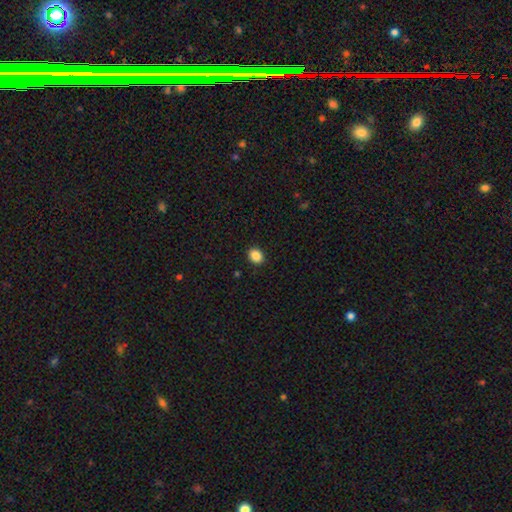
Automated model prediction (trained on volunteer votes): A smooth galaxy with no disk features (87%) that is in between round and cigar-shaped (53%).

Vote fractions:
- Smooth or featured? smooth: 87% / star or artifact: 9% / featured or disk: 3%
- How rounded? in between: 53% / round: 46% / cigar-shaped: 1%
- Merging? none: 91% / minor disturbance: 6% / major disturbance: 2% / merger: 1%